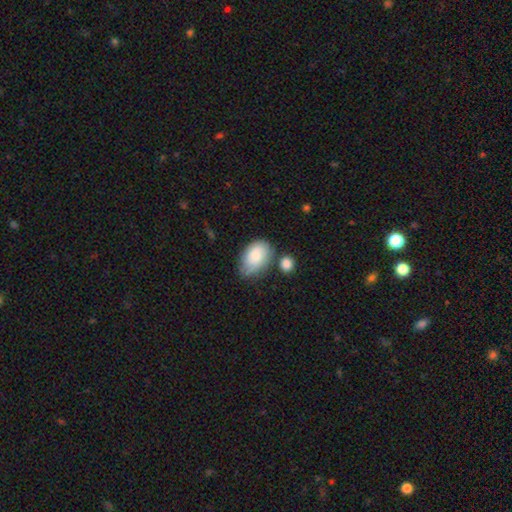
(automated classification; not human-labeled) Overall: smooth (76%). How rounded: in between (90%). Merging: none (56%; minor disturbance 26%).